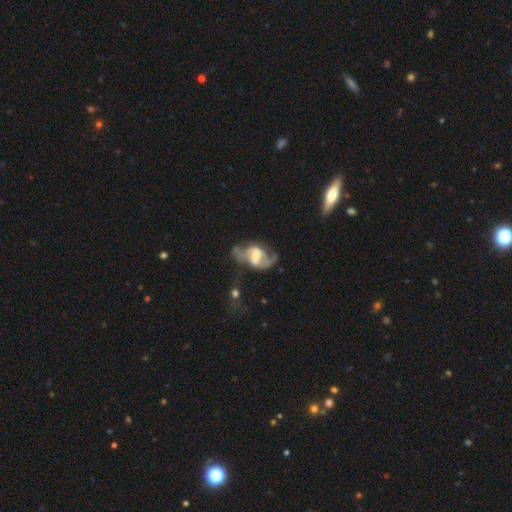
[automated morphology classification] Smooth or featured?
  - featured or disk: 77% *
  - smooth: 16%
  - star or artifact: 7%
Edge-on disk?
  - no: 96% *
  - yes: 4%
Bar?
  - weak: 46% *
  - no: 34%
  - strong: 20%
Spiral arms?
  - yes: 83% *
  - no: 17%
Spiral winding?
  - loose: 43% *
  - medium: 42%
  - tight: 14%
Spiral arm count?
  - 2: 80% *
  - can't tell: 10%
  - 1: 6%
  - 3: 2%
  - 4: 1%
  - more than 4: 1%
Bulge size?
  - moderate: 39% *
  - small: 34%
  - large: 13%
  - none: 12%
  - dominant: 2%
Merging?
  - none: 36% *
  - major disturbance: 31%
  - minor disturbance: 21%
  - merger: 13%